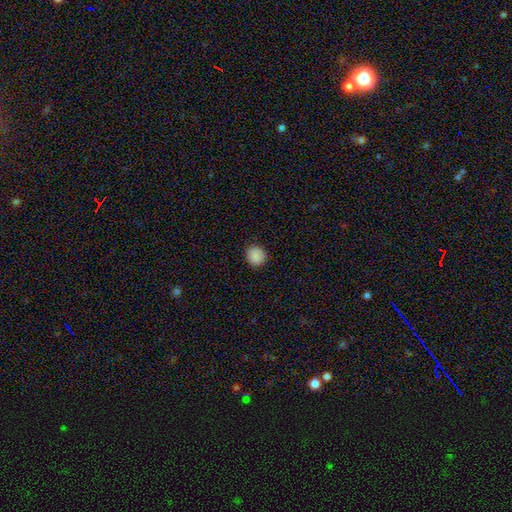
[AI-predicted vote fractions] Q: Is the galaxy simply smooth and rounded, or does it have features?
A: smooth — 88%.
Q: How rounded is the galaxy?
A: round — 92%.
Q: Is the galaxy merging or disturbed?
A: none — 91%.